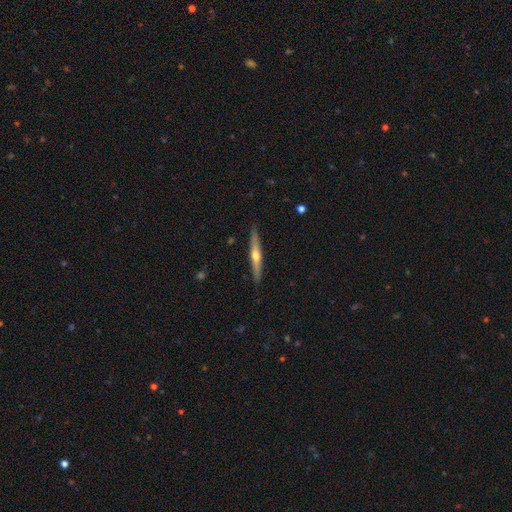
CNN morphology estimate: The model was most divided on "smooth or featured": featured or disk: 63%, smooth: 31%, star or artifact: 5%. More confident: edge-on disk — yes (97%); merging — none (89%); edge-on bulge — rounded (87%).